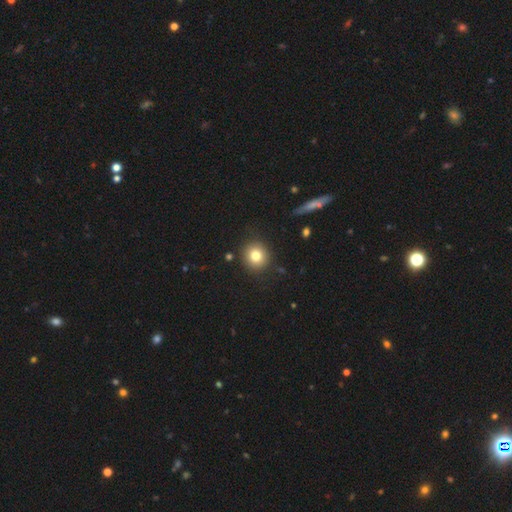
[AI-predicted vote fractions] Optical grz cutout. It shows a smooth galaxy with no disk features (80%) that is round (91%). Merging: none (89%).